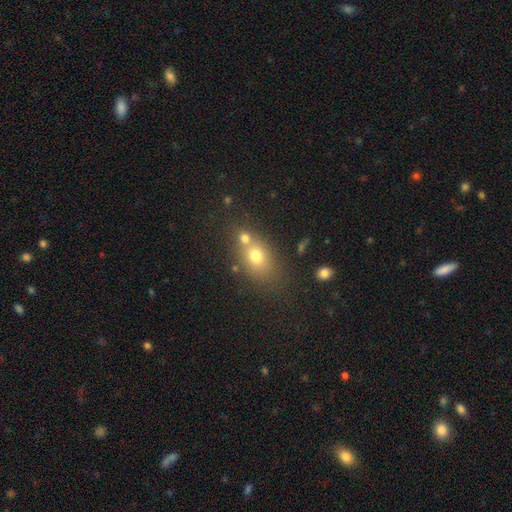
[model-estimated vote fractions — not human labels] smooth_or_featured: smooth (p=0.70) [alt: featured or disk p=0.16]
how_rounded: in between (p=0.65) [alt: round p=0.32]
merging: none (p=0.44) [alt: merger p=0.41]